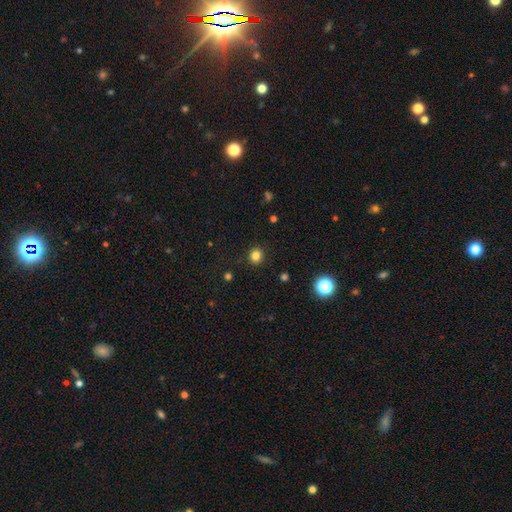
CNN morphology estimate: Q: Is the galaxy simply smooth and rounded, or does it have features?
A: smooth — 82%.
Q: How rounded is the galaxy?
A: round — 89%.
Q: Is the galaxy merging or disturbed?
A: none — 91%.